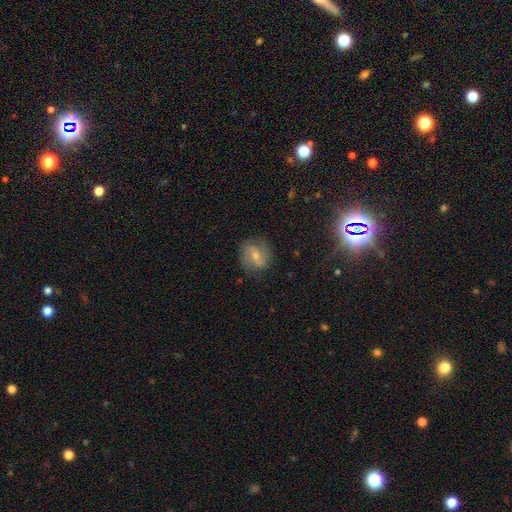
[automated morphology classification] The model was most divided on "bulge size": small: 49%, moderate: 46%, none: 2%, large: 2%, dominant: 1%. Remaining: edge-on disk — no (95%); spiral arms — yes (83%); merging — none (81%); smooth or featured — featured or disk (61%); bar — weak (44%).